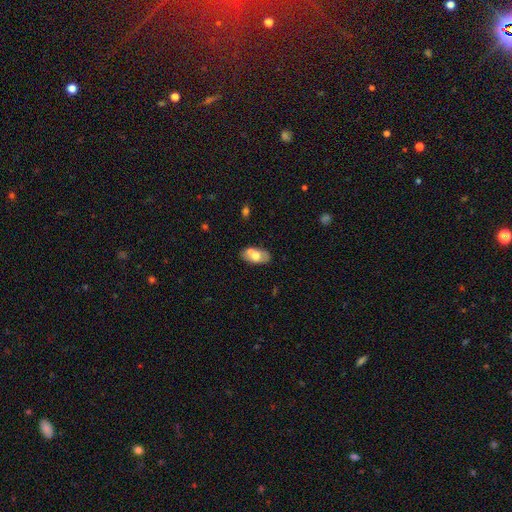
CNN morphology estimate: Smooth or featured? Predicted: smooth (p=0.58). How rounded? Predicted: in between (p=0.91). Merging? Predicted: none (p=0.55).